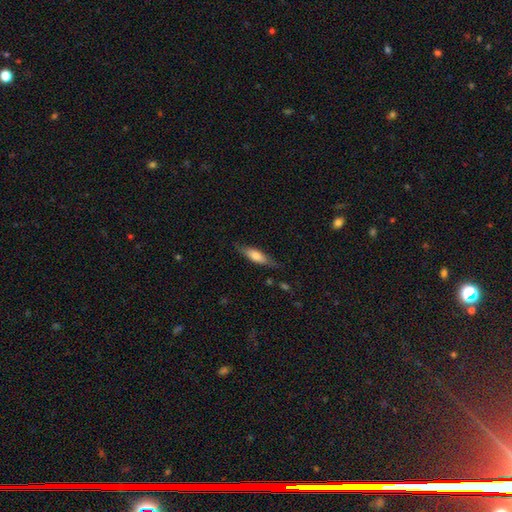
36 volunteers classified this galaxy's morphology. A smooth galaxy with no disk features (61%) that is in between round and cigar-shaped (82%).

Vote fractions:
- Smooth or featured? smooth: 61% / featured or disk: 36% / star or artifact: 3%
- How rounded? in between: 82% / cigar-shaped: 18% / round: 0%
- Merging? none: 86% / minor disturbance: 11% / major disturbance: 3% / merger: 0%